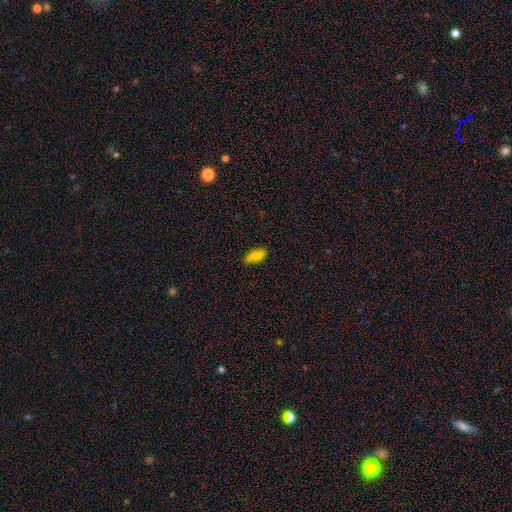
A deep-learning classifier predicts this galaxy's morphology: smooth 84%, star or artifact 8%, featured or disk 8%. Down the decision tree: how rounded — in between (87%); merging — none (82%).